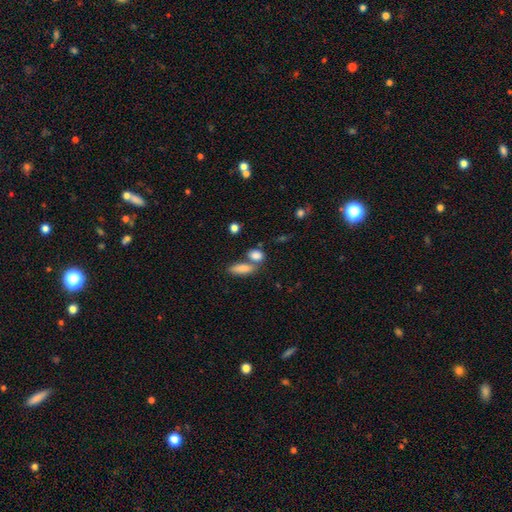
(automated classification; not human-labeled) A smooth galaxy with no disk features (84%) that is in between round and cigar-shaped (66%). Merging: none (51%).